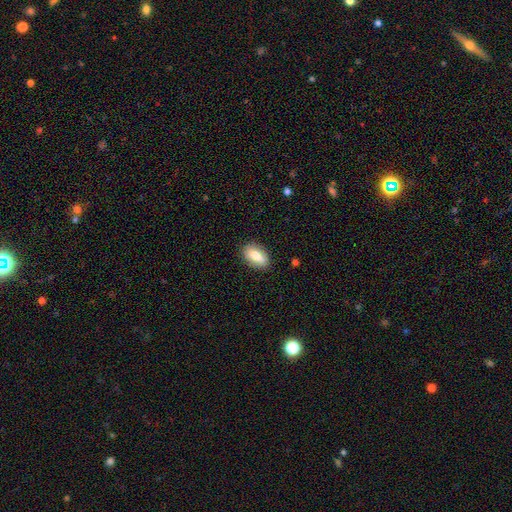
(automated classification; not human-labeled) smooth 76%, featured or disk 17%, star or artifact 7%. Down the decision tree: how rounded — in between (89%); merging — none (85%).